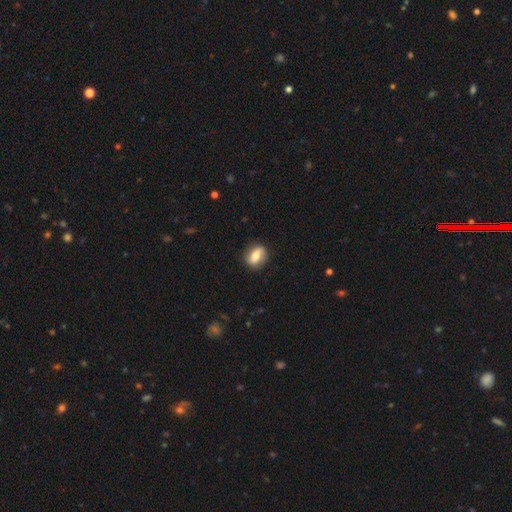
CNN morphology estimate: Smooth or featured?
  - smooth: 57% *
  - featured or disk: 36%
  - star or artifact: 8%
How rounded?
  - in between: 60% *
  - round: 37%
  - cigar-shaped: 3%
Merging?
  - none: 85% *
  - minor disturbance: 11%
  - major disturbance: 3%
  - merger: 1%